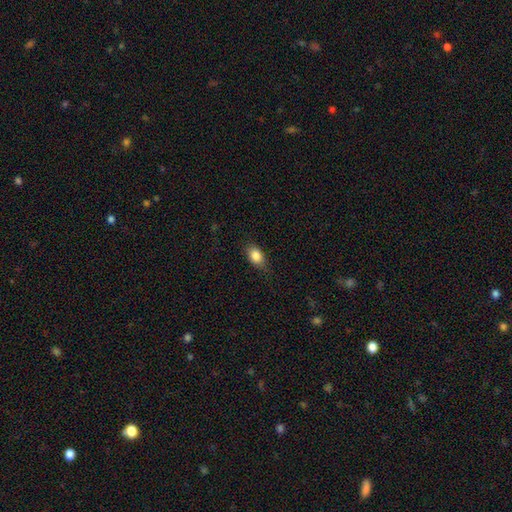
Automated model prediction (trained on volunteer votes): smooth-or-featured: smooth: 85% | star or artifact: 8% | featured or disk: 7%
  how-rounded: in between: 81% | round: 16% | cigar-shaped: 3%
  merging: none: 78% | minor disturbance: 17% | major disturbance: 4% | merger: 1%